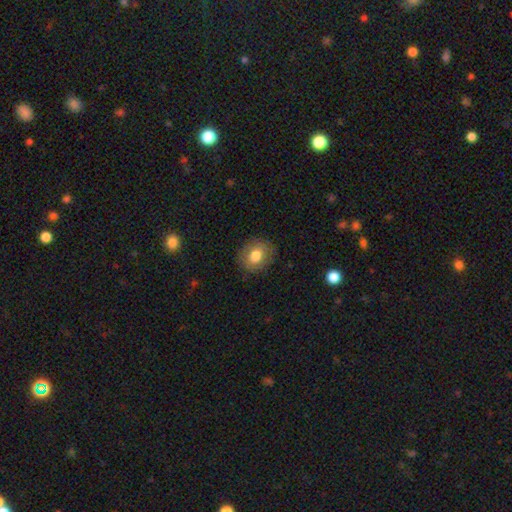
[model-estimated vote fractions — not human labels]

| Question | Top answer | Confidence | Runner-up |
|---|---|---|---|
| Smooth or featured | smooth | 79% | featured or disk (12%) |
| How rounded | round | 67% | in between (33%) |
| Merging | none | 85% | minor disturbance (11%) |